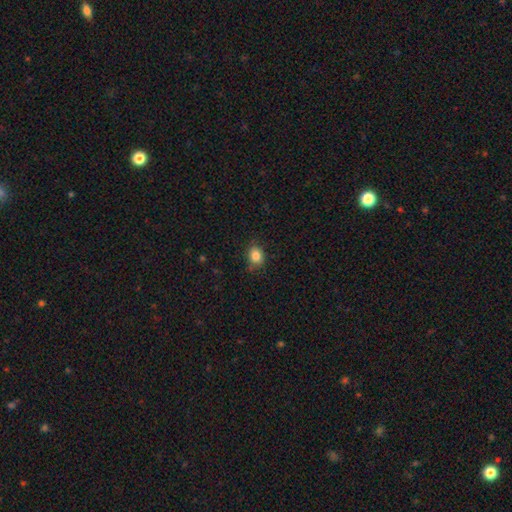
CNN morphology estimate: The model was most divided on "how rounded": round: 52%, in between: 47%, cigar-shaped: 1%. More confident: smooth or featured — smooth (85%); merging — none (82%).